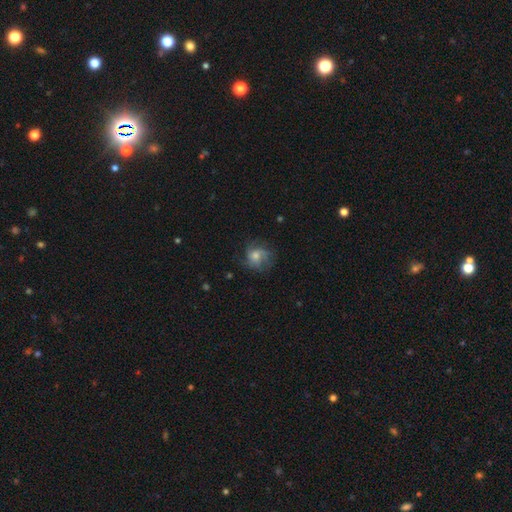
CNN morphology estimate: Smooth or featured?
  - featured or disk: 48% *
  - smooth: 40%
  - star or artifact: 12%
Merging?
  - none: 65% *
  - minor disturbance: 20%
  - major disturbance: 13%
  - merger: 1%